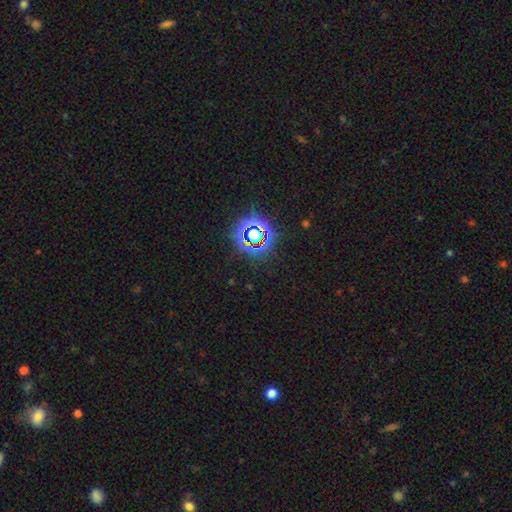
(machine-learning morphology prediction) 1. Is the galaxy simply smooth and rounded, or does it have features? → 77% star or artifact, 16% smooth, 7% featured or disk.